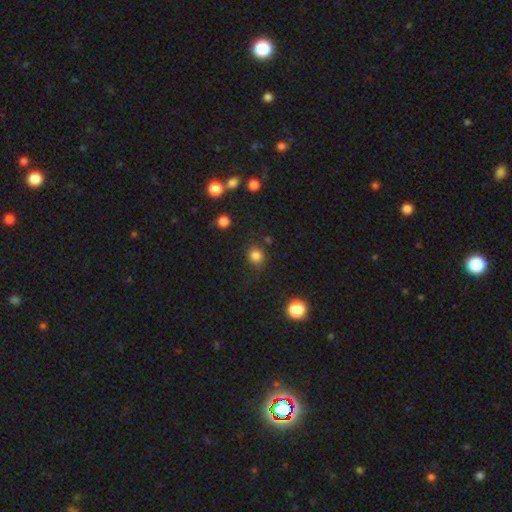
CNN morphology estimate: Q: Smooth or featured?
A: smooth (82%); runner-up: star or artifact (13%)
Q: How rounded?
A: round (87%); runner-up: in between (12%)
Q: Merging?
A: none (82%); runner-up: minor disturbance (11%)